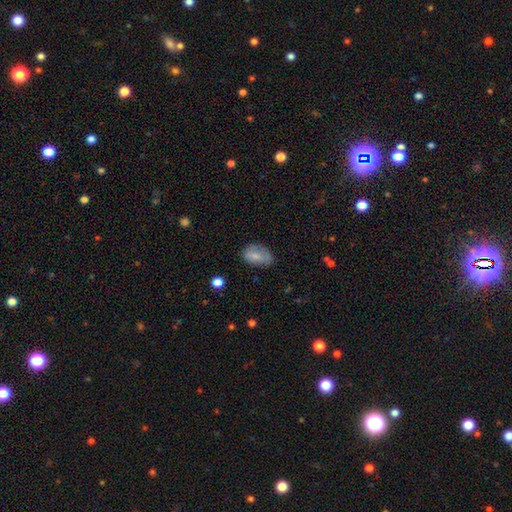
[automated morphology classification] smooth_or_featured: smooth (p=0.76) [alt: featured or disk p=0.17]
how_rounded: in between (p=0.90) [alt: round p=0.08]
merging: none (p=0.65) [alt: minor disturbance p=0.26]